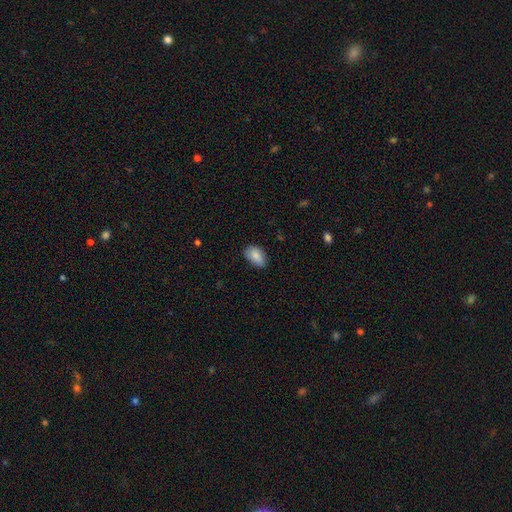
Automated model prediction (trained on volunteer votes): The model was most divided on "merging": none: 77%, minor disturbance: 19%, major disturbance: 3%, merger: 1%. More confident: how rounded — in between (92%); smooth or featured — smooth (86%).